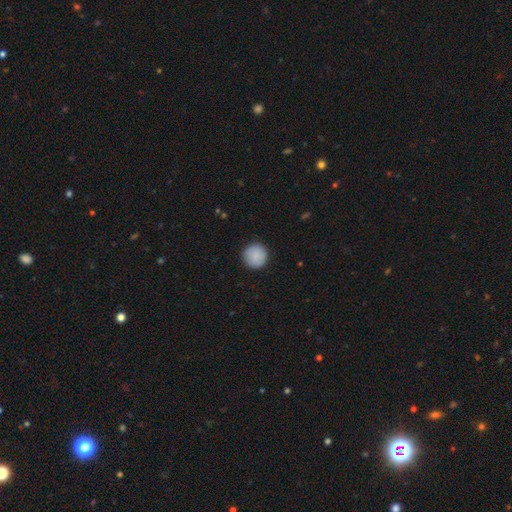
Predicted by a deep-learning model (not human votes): Q: Smooth or featured?
A: smooth (89%); runner-up: star or artifact (7%)
Q: How rounded?
A: round (96%); runner-up: in between (3%)
Q: Merging?
A: none (91%); runner-up: minor disturbance (6%)